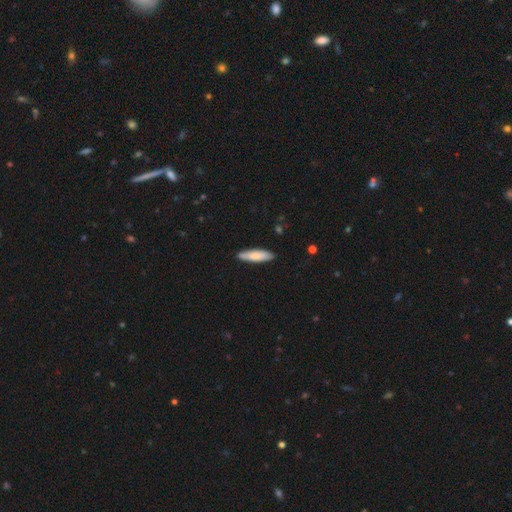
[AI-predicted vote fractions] Q: Smooth or featured?
A: smooth (78%); runner-up: featured or disk (17%)
Q: How rounded?
A: cigar-shaped (70%); runner-up: in between (28%)
Q: Merging?
A: none (87%); runner-up: minor disturbance (11%)